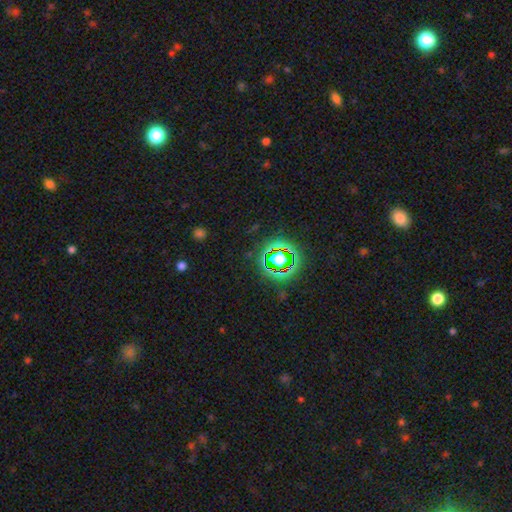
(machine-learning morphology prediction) The model was most divided on "smooth or featured": star or artifact: 76%, smooth: 15%, featured or disk: 9%.